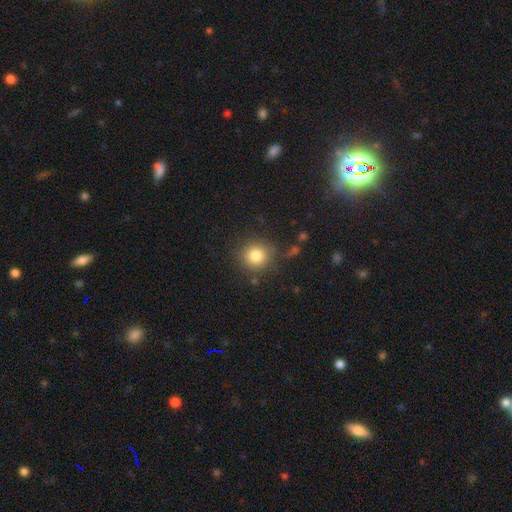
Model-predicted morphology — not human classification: Overall: smooth (81%). How rounded: round (92%). Merging: none (84%).